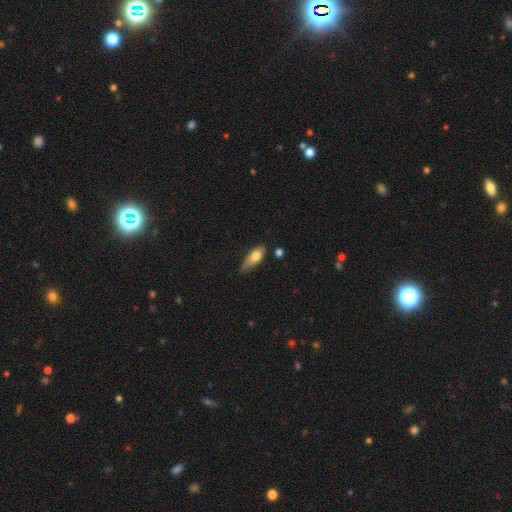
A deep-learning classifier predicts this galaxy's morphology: Overall: smooth (70%). How rounded: in between (66%; cigar-shaped 30%). Merging: none (55%; minor disturbance 33%).